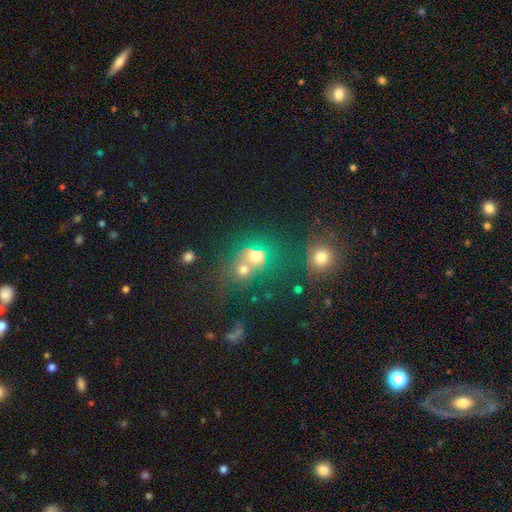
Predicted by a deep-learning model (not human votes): The model was most divided on "merging": merger: 55%, none: 30%, minor disturbance: 8%, major disturbance: 7%. More confident: how rounded — round (68%); smooth or featured — smooth (61%).